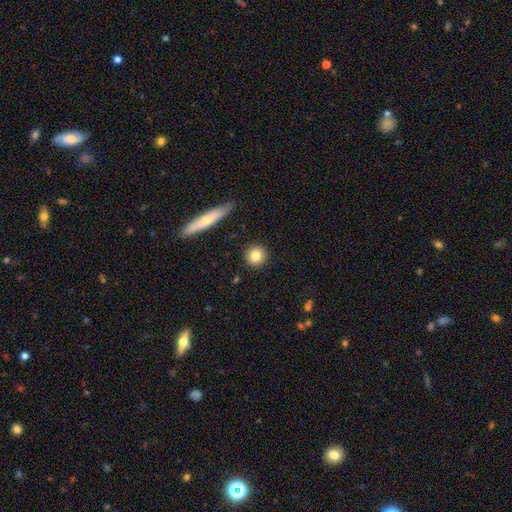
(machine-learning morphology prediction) A smooth galaxy with no disk features (81%) that is round (93%). Merging: none (91%).